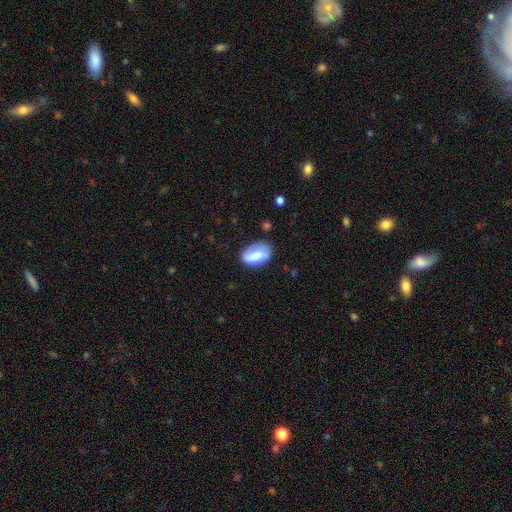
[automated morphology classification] smooth_or_featured: smooth (p=0.66) [alt: featured or disk p=0.26]
how_rounded: in between (p=0.88) [alt: round p=0.10]
merging: none (p=0.64) [alt: minor disturbance p=0.25]